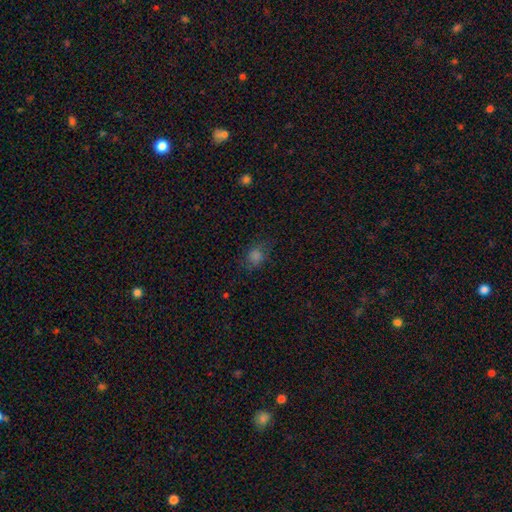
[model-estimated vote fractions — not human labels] This appears to be a smooth galaxy with no disk features (71%) that is round (55%). Merging: none (71%).